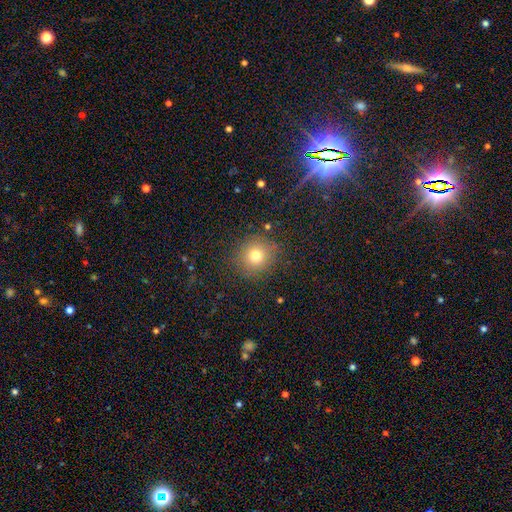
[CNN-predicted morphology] Smooth or featured? Predicted: smooth (p=0.76). How rounded? Predicted: round (p=0.88). Merging? Predicted: none (p=0.86).